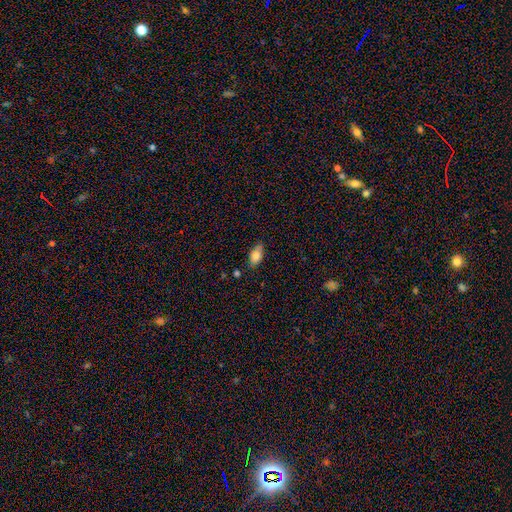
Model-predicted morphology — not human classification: smooth_or_featured: smooth (p=0.79) [alt: featured or disk p=0.13]
how_rounded: in between (p=0.87) [alt: cigar-shaped p=0.09]
merging: none (p=0.77) [alt: minor disturbance p=0.17]